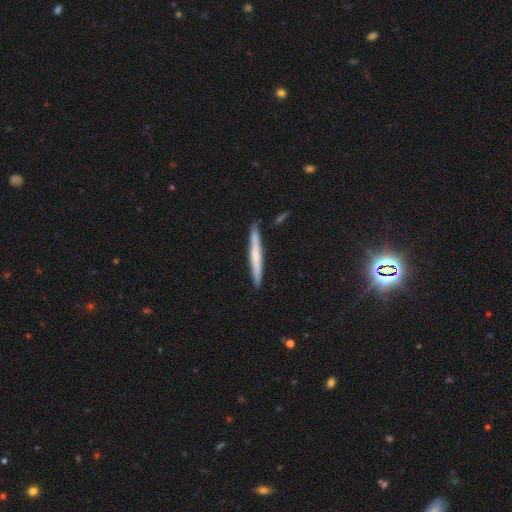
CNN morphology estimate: smooth-or-featured: smooth: 52% | featured or disk: 42% | star or artifact: 6%
  how-rounded: cigar-shaped: 97% | in between: 2% | round: 1%
  merging: none: 89% | minor disturbance: 8% | merger: 2% | major disturbance: 1%